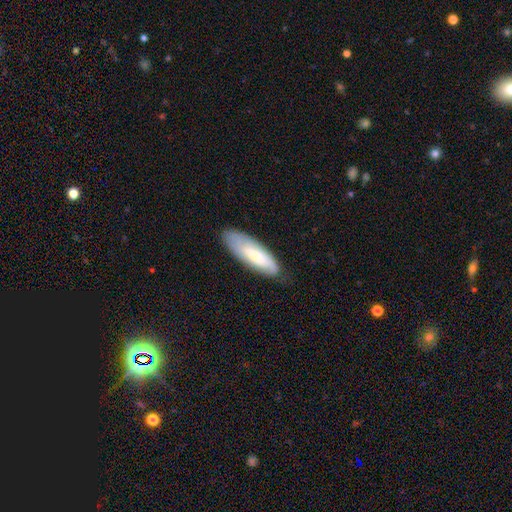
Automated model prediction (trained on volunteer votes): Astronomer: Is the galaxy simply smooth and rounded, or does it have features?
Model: smooth — 66%.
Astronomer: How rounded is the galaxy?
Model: in between — 56% (runner-up: cigar-shaped, 42%).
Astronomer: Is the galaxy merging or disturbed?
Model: none — 71%.